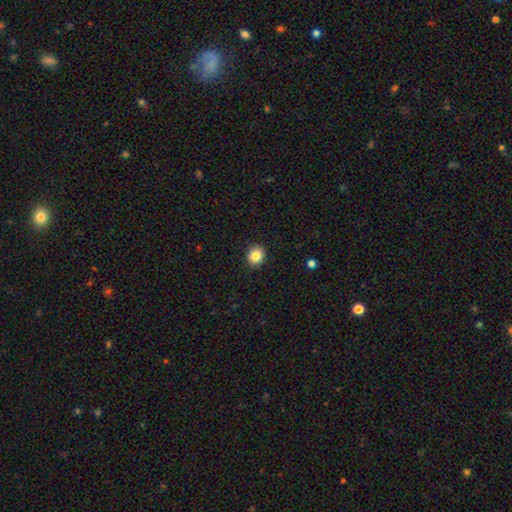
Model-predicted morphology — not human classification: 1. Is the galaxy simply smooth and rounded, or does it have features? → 84% smooth, 9% star or artifact, 6% featured or disk.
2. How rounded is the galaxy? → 72% round, 27% in between, 1% cigar-shaped.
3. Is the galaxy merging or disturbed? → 91% none, 6% minor disturbance, 2% major disturbance, 1% merger.